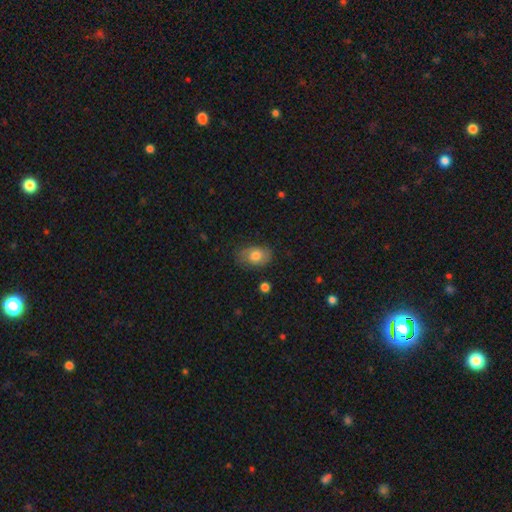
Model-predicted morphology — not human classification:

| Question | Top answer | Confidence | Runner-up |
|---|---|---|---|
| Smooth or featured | smooth | 68% | featured or disk (24%) |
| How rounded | in between | 80% | round (19%) |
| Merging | none | 69% | minor disturbance (23%) |